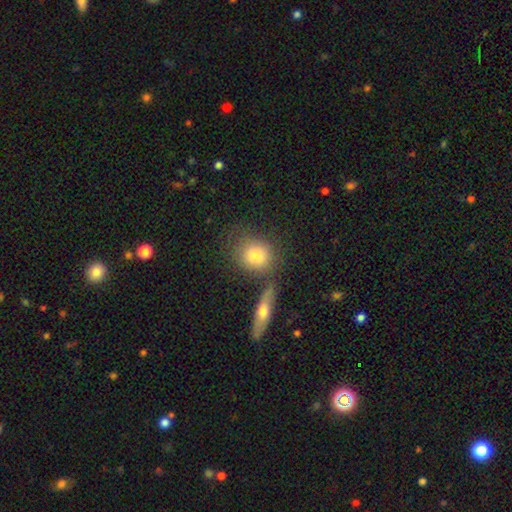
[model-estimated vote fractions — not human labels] Smooth or featured?
  - smooth: 77% *
  - featured or disk: 14%
  - star or artifact: 9%
How rounded?
  - round: 66% *
  - in between: 31%
  - cigar-shaped: 3%
Merging?
  - none: 65% *
  - merger: 18%
  - minor disturbance: 13%
  - major disturbance: 5%